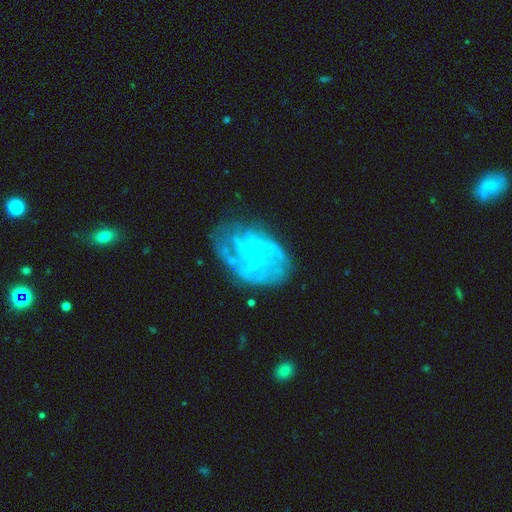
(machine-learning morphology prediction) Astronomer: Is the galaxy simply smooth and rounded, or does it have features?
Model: featured or disk — 81%.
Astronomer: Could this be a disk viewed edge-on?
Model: no — 98%.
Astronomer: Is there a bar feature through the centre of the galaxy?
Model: no — 51% (runner-up: weak, 40%).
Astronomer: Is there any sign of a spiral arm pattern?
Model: yes — 86%.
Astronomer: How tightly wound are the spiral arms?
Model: tight — 41%, tied with medium at 41%.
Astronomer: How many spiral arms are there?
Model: can't tell — 37% (runner-up: 3, 17%).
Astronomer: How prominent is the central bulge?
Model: small — 70%.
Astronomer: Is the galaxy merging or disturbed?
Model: none — 64%.